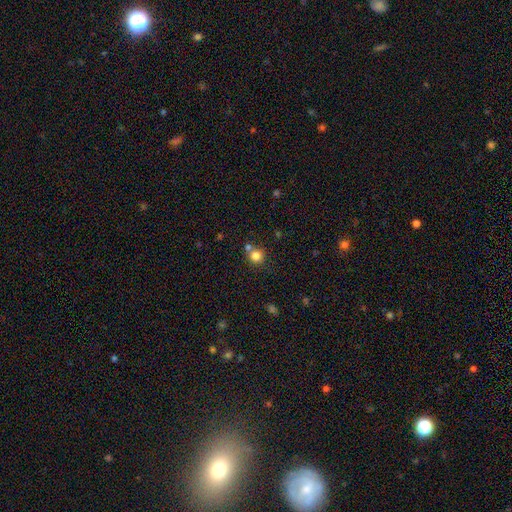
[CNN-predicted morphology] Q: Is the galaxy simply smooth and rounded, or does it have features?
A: smooth — 82%.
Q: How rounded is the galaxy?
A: round — 91%.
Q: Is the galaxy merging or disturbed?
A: none — 63%.